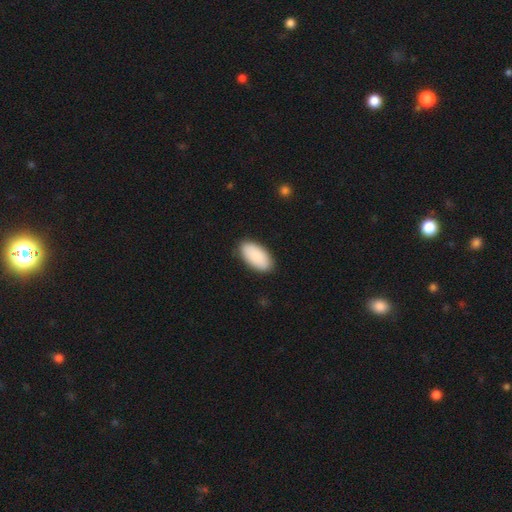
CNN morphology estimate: Q: Smooth or featured?
A: smooth (90%); runner-up: star or artifact (5%)
Q: How rounded?
A: in between (95%); runner-up: cigar-shaped (3%)
Q: Merging?
A: none (88%); runner-up: minor disturbance (9%)